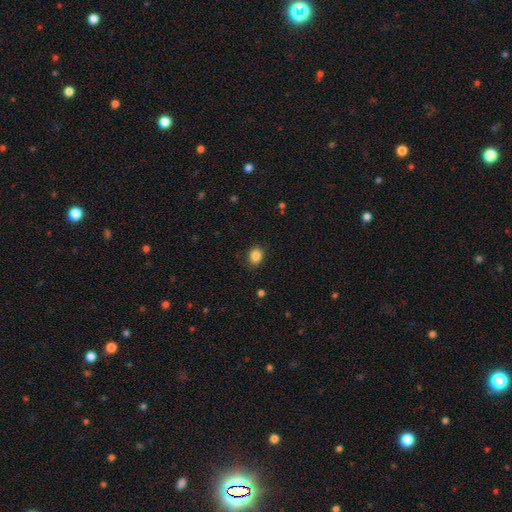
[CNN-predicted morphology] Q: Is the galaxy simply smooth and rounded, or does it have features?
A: smooth — 86%.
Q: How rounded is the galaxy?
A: in between — 59%.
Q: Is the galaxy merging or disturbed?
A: none — 86%.